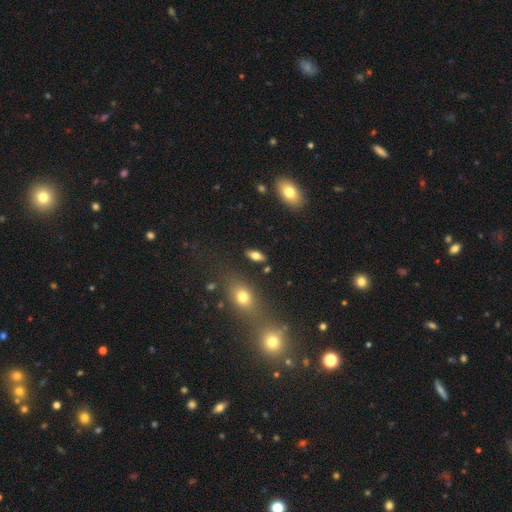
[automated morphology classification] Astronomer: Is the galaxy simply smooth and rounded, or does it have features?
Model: smooth — 66%.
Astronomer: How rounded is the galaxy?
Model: in between — 79%.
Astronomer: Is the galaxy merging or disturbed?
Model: none — 83%.